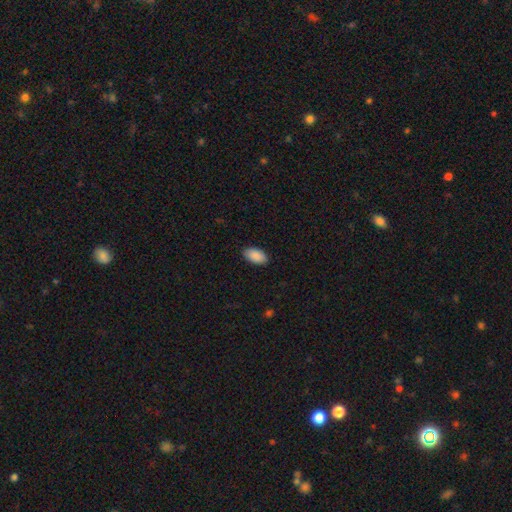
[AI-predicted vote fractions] The model was most divided on "merging": none: 89%, minor disturbance: 8%, major disturbance: 2%, merger: 1%. More confident: how rounded — in between (96%); smooth or featured — smooth (91%).